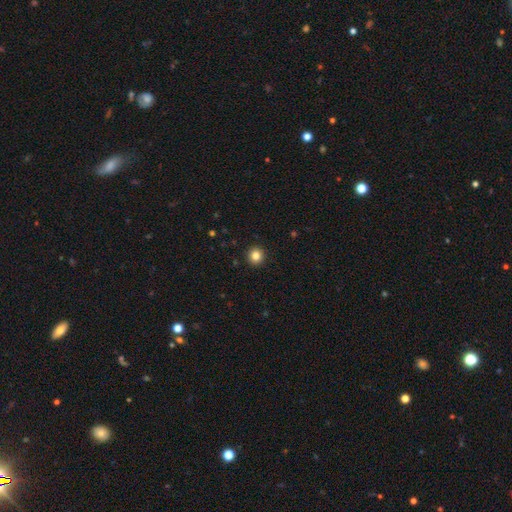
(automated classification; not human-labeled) smooth 83%, star or artifact 12%, featured or disk 5%. Down the decision tree: how rounded — round (94%); merging — none (93%).